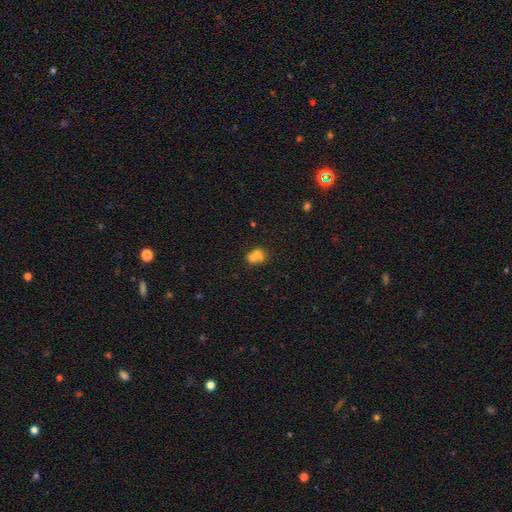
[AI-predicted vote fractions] The model was most divided on "how rounded": round: 61%, in between: 38%, cigar-shaped: 1%. More confident: smooth or featured — smooth (63%); merging — merger (59%).